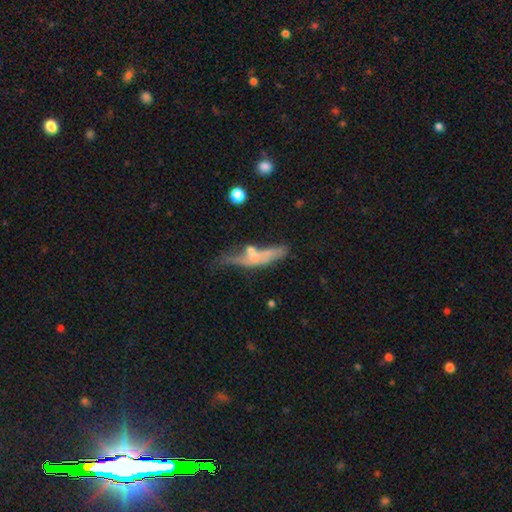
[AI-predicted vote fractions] The model was most divided on "smooth or featured": smooth: 48%, featured or disk: 43%, star or artifact: 9%. Remaining: merging — none (38%).